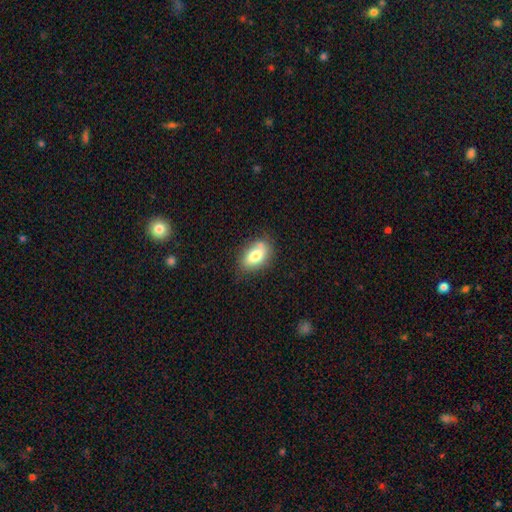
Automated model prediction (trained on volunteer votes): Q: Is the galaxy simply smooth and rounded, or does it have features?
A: smooth — 76%.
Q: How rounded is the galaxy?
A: in between — 88%.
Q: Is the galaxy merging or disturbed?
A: none — 70%.